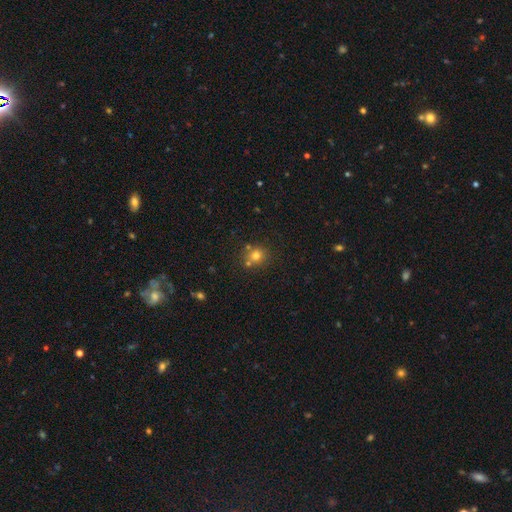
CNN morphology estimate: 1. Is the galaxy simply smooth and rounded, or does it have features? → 73% smooth, 16% star or artifact, 10% featured or disk.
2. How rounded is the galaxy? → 85% round, 15% in between, 1% cigar-shaped.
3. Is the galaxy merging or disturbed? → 68% none, 19% merger, 10% minor disturbance, 3% major disturbance.